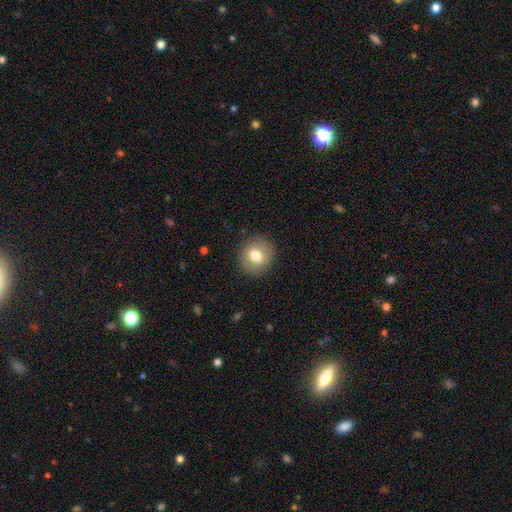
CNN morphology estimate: Q: Smooth or featured?
A: smooth (74%); runner-up: featured or disk (17%)
Q: How rounded?
A: round (83%); runner-up: in between (16%)
Q: Merging?
A: none (89%); runner-up: minor disturbance (8%)